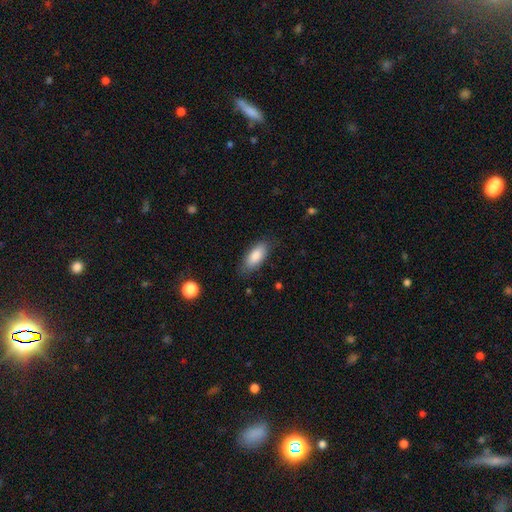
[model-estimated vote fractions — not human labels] Smooth or featured?
  - smooth: 86% *
  - featured or disk: 8%
  - star or artifact: 6%
How rounded?
  - in between: 84% *
  - cigar-shaped: 14%
  - round: 2%
Merging?
  - none: 81% *
  - minor disturbance: 15%
  - major disturbance: 4%
  - merger: 1%